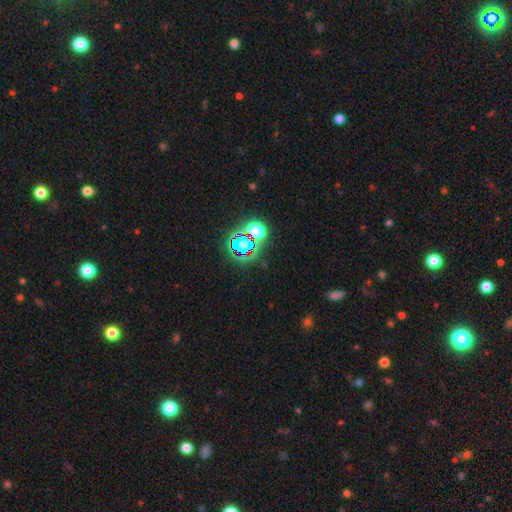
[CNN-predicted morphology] This is likely a star or artifact rather than a galaxy (76%).